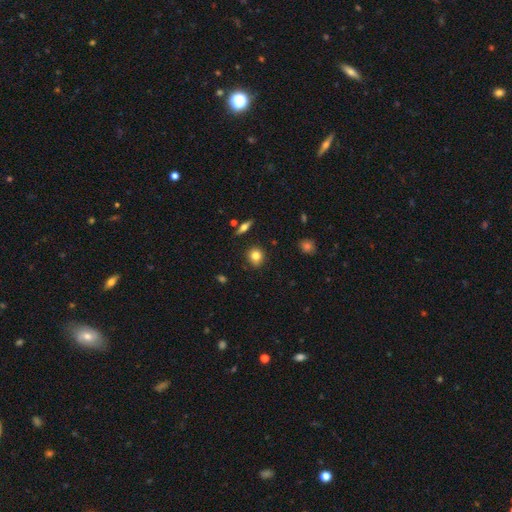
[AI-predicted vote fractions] Smooth or featured? Predicted: smooth (p=0.80). How rounded? Predicted: round (p=0.81). Merging? Predicted: none (p=0.85).